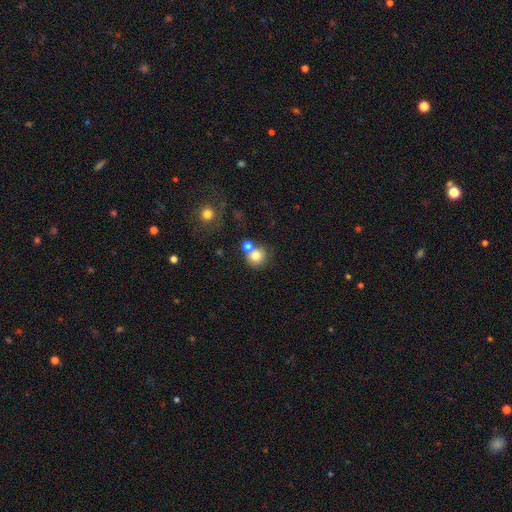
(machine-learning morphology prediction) Q: Smooth or featured?
A: smooth (75%); runner-up: featured or disk (14%)
Q: How rounded?
A: round (85%); runner-up: in between (14%)
Q: Merging?
A: none (48%); runner-up: merger (37%)